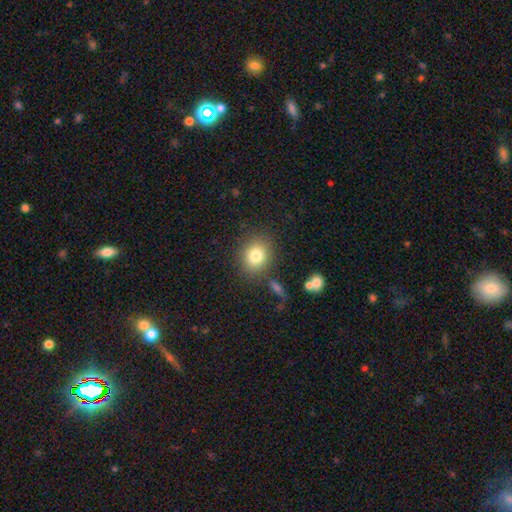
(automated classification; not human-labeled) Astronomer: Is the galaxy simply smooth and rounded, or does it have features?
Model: smooth — 80%.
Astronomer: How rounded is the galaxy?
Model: round — 63%.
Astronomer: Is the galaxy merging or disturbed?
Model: none — 82%.